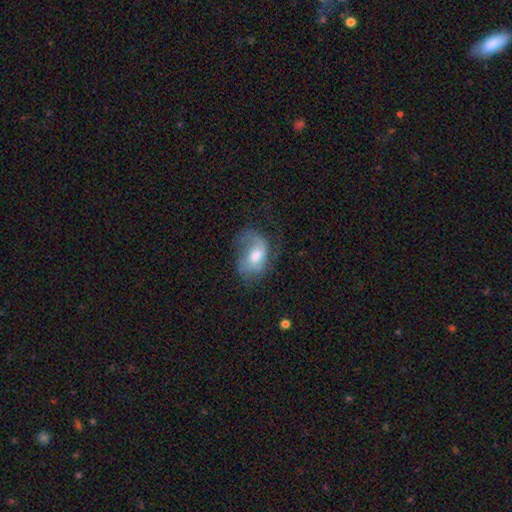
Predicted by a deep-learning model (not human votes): Q: Smooth or featured?
A: featured or disk (62%); runner-up: smooth (30%)
Q: Edge-on disk?
A: no (97%); runner-up: yes (3%)
Q: Bar?
A: no (52%); runner-up: weak (40%)
Q: Spiral arms?
A: yes (84%); runner-up: no (16%)
Q: Spiral winding?
A: medium (41%); runner-up: loose (40%)
Q: Spiral arm count?
A: 2 (46%); runner-up: 1 (29%)
Q: Bulge size?
A: moderate (65%); runner-up: small (16%)
Q: Merging?
A: none (48%); runner-up: minor disturbance (25%)